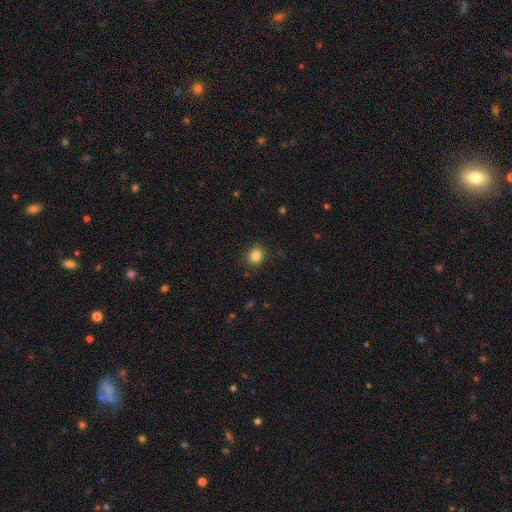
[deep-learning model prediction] This appears to be a smooth galaxy with no disk features (83%) that is round (72%). Merging: none (88%).